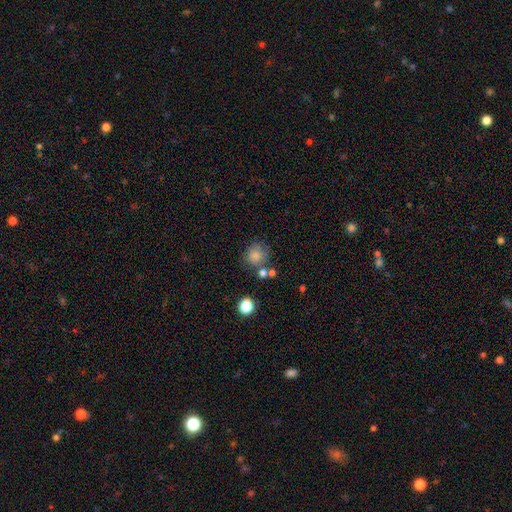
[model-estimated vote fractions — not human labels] Overall: smooth (80%). How rounded: round (87%). Merging: none (67%).